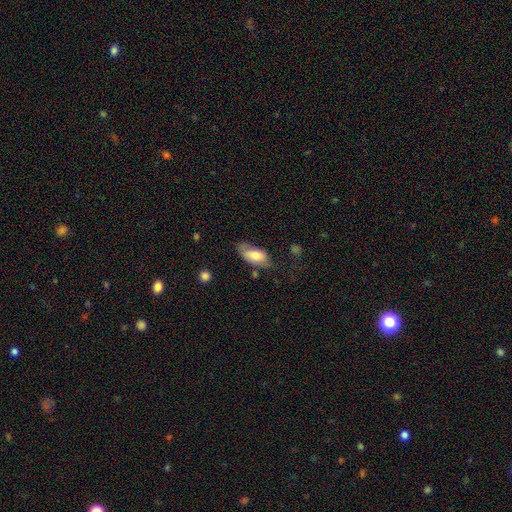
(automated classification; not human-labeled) Smooth or featured: smooth — 70% (featured or disk — 24%)
How rounded: in between — 90% (cigar-shaped — 7%)
Merging: none — 50% (minor disturbance — 32%)